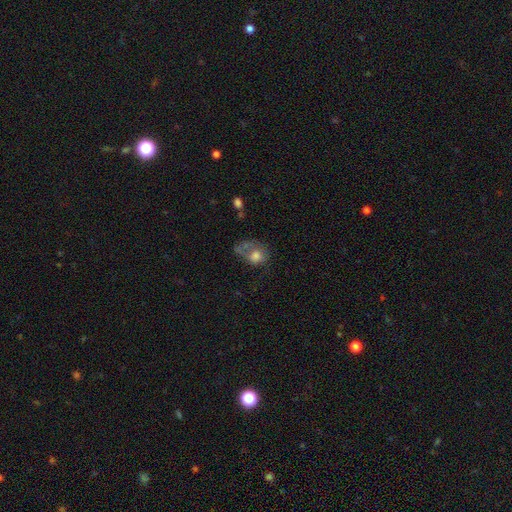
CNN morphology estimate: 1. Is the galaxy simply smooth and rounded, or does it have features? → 60% smooth, 31% featured or disk, 10% star or artifact.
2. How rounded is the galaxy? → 51% round, 48% in between, 1% cigar-shaped.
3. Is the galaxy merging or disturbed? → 45% major disturbance, 24% none, 19% minor disturbance, 11% merger.